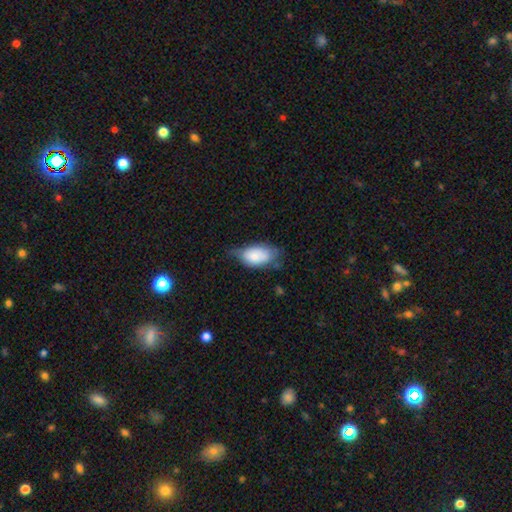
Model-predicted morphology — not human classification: Q: Smooth or featured?
A: smooth (74%); runner-up: featured or disk (19%)
Q: How rounded?
A: in between (92%); runner-up: round (5%)
Q: Merging?
A: none (44%); runner-up: minor disturbance (40%)